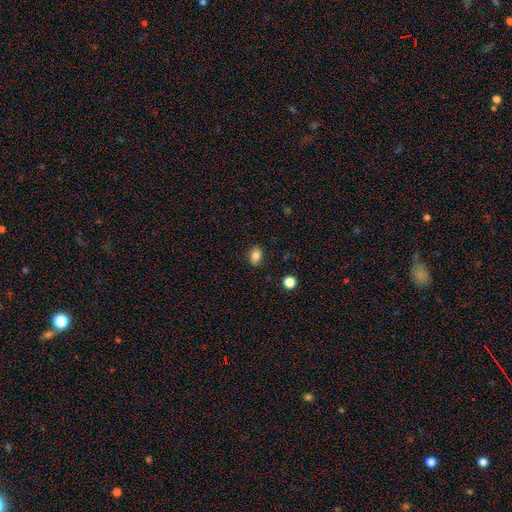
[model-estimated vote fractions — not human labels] Overall: smooth (83%). How rounded: in between (75%). Merging: none (85%).